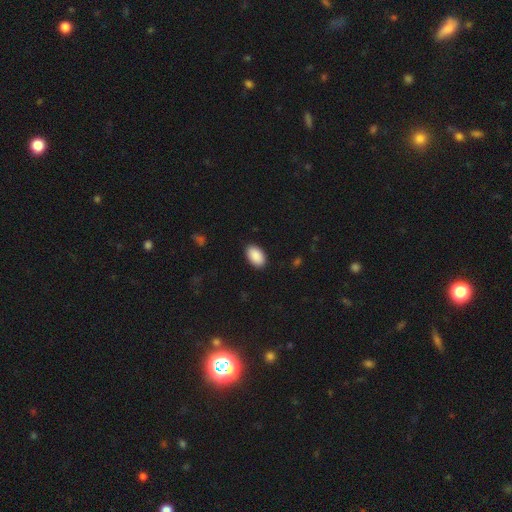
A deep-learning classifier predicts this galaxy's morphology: smooth 91%, star or artifact 6%, featured or disk 3%. Down the decision tree: how rounded — in between (94%); merging — none (89%).